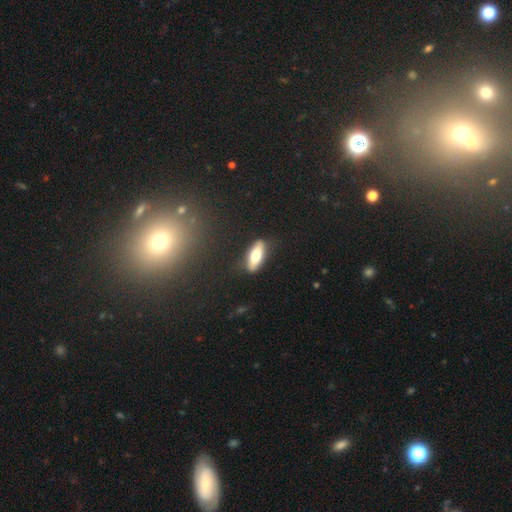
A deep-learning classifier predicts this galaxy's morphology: This appears to be a smooth galaxy with no disk features (67%) that is in between round and cigar-shaped (61%). Merging: none (84%).